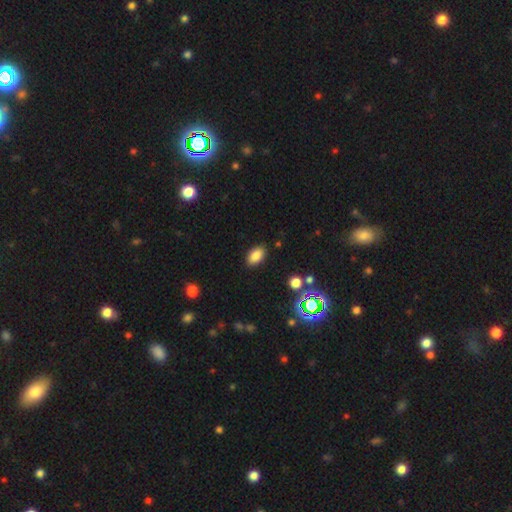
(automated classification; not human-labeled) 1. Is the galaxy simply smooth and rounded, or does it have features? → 83% smooth, 11% star or artifact, 6% featured or disk.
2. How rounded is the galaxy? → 91% in between, 8% round, 2% cigar-shaped.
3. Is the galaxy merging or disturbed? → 87% none, 9% minor disturbance, 2% major disturbance, 2% merger.